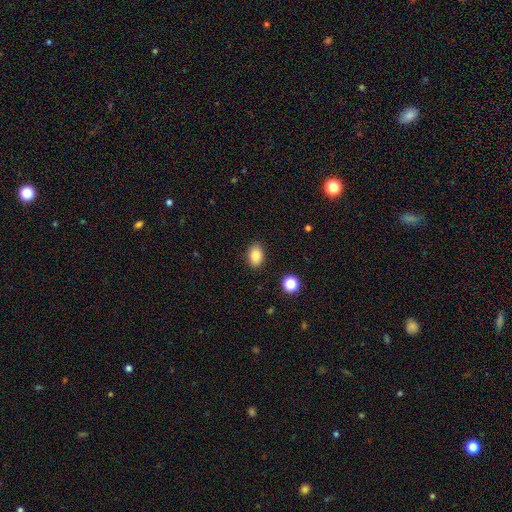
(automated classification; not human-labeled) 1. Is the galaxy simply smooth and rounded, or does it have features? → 86% smooth, 9% star or artifact, 5% featured or disk.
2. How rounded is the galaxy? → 83% in between, 16% round, 1% cigar-shaped.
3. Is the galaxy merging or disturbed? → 88% none, 8% minor disturbance, 2% major disturbance, 1% merger.